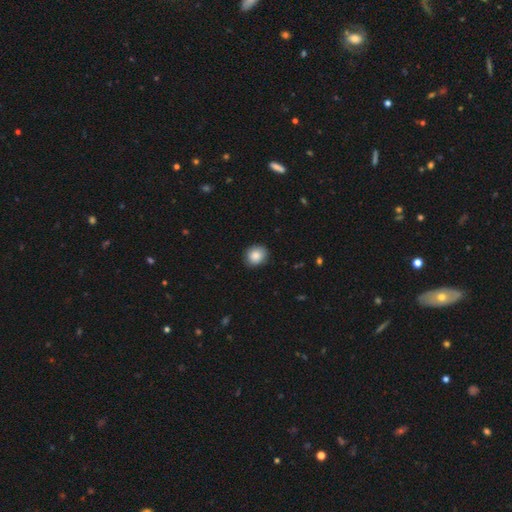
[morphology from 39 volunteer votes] smooth_or_featured: smooth (p=0.95) [alt: featured or disk p=0.03]
how_rounded: round (p=0.84) [alt: in between p=0.16]
merging: none (p=0.92) [alt: minor disturbance p=0.08]